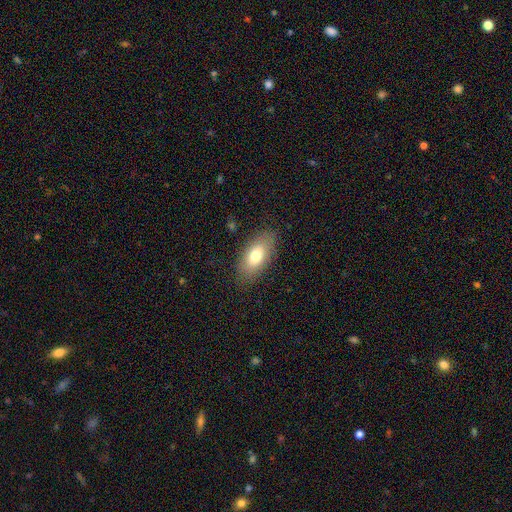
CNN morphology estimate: A smooth galaxy with no disk features (73%) that is in between round and cigar-shaped (88%).

Vote fractions:
- Smooth or featured? smooth: 73% / featured or disk: 19% / star or artifact: 7%
- How rounded? in between: 88% / cigar-shaped: 8% / round: 4%
- Merging? none: 83% / minor disturbance: 12% / major disturbance: 4% / merger: 1%